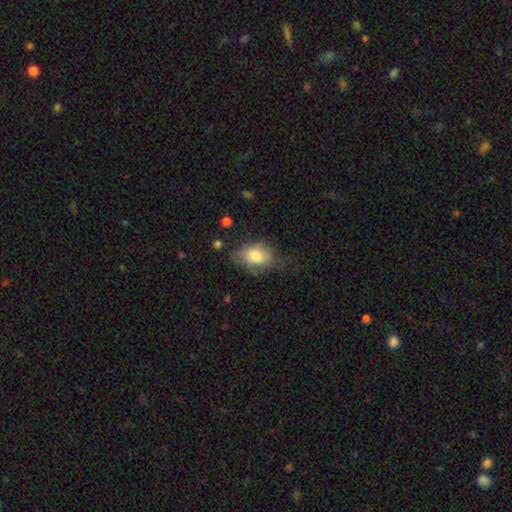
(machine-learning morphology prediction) This is likely a smooth galaxy (76%). How rounded: likely in between (78%). Merging: possibly none (45%).